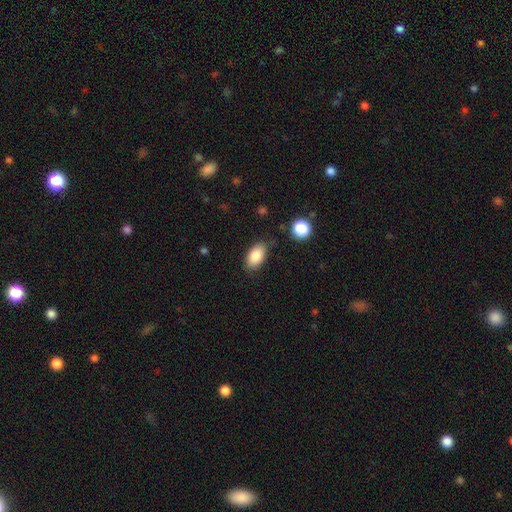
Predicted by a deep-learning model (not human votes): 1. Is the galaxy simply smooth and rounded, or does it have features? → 86% smooth, 7% star or artifact, 7% featured or disk.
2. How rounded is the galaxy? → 92% in between, 5% round, 2% cigar-shaped.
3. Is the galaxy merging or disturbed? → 80% none, 14% minor disturbance, 3% major disturbance, 2% merger.